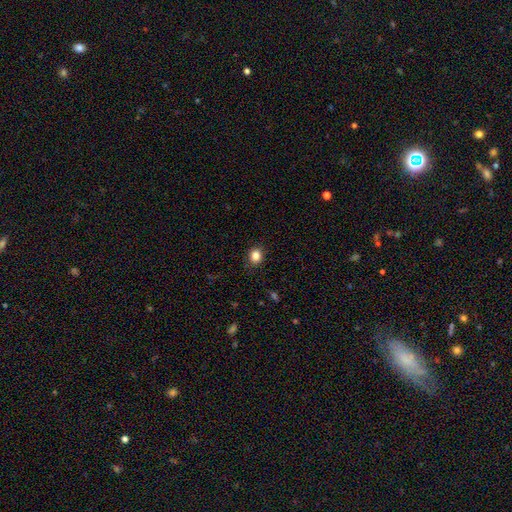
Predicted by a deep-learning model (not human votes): Morphology: type=smooth (84%); roundness=round (71%); merging=none (89%).